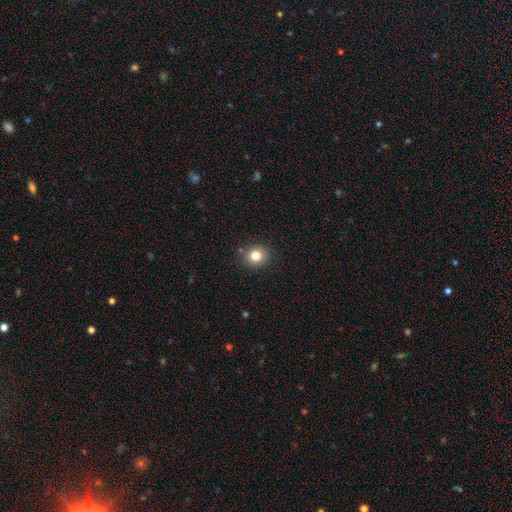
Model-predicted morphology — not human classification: smooth_or_featured: smooth (p=0.81) [alt: star or artifact p=0.12]
how_rounded: round (p=0.86) [alt: in between p=0.13]
merging: none (p=0.88) [alt: minor disturbance p=0.08]